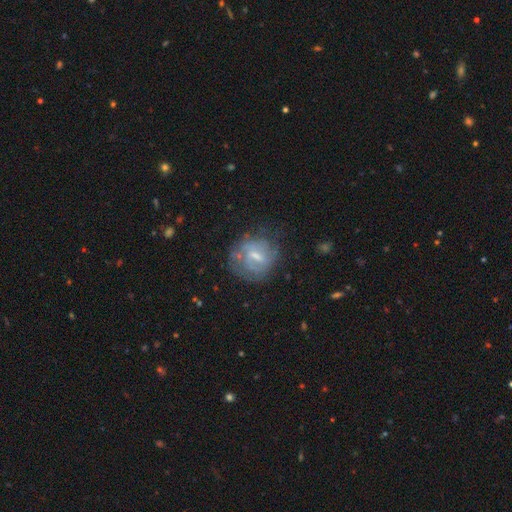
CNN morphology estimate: featured or disk 67%, smooth 26%, star or artifact 8%. Down the decision tree: edge-on disk — no (96%); bar — weak (58%); spiral arms — yes (72%); bulge size — small (43%); merging — none (61%).